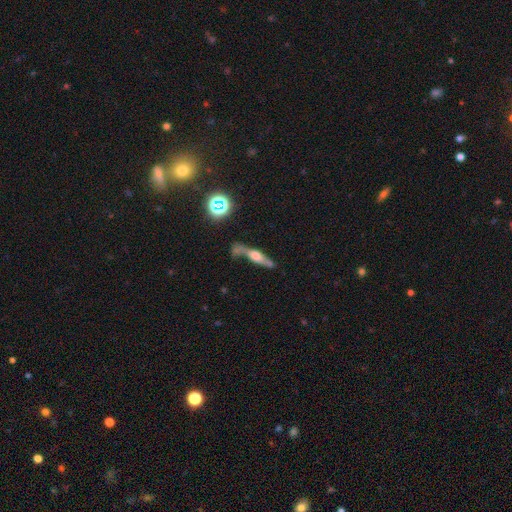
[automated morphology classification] Overall: featured or disk (60%; smooth 29%). Edge-on disk: yes (77%). Merging: none (47%; merger 21%).